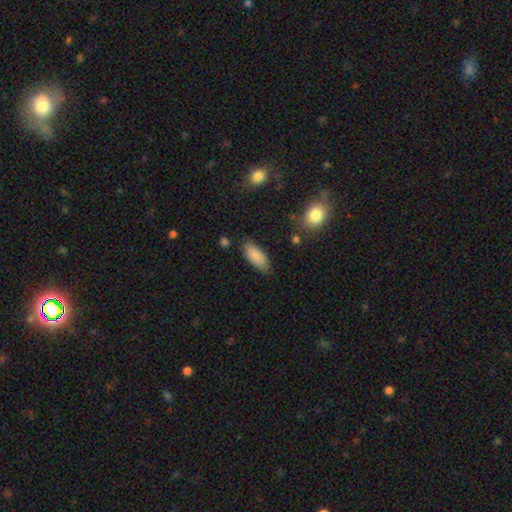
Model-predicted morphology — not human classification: This appears to be a smooth galaxy with no disk features (83%) that is in between round and cigar-shaped (82%). Merging: none (78%).